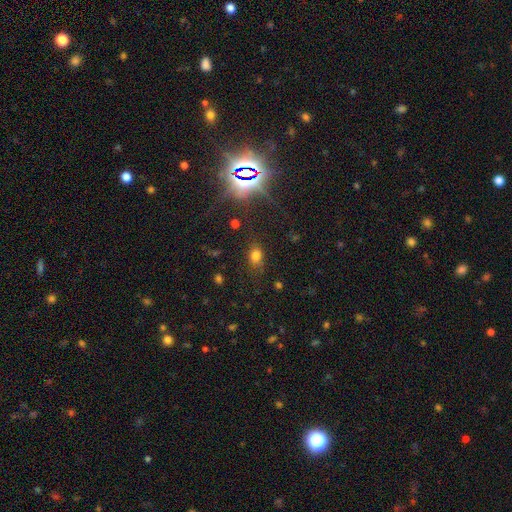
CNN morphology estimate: Overall: smooth (68%). How rounded: in between (69%). Merging: none (73%).